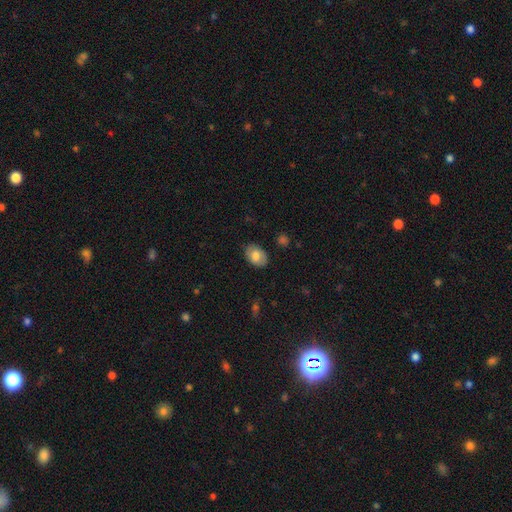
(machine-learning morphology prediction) Q: Smooth or featured?
A: smooth (75%); runner-up: featured or disk (18%)
Q: How rounded?
A: in between (84%); runner-up: round (15%)
Q: Merging?
A: none (84%); runner-up: minor disturbance (12%)